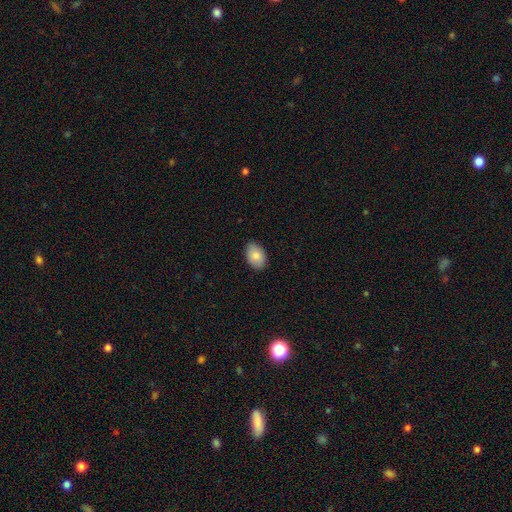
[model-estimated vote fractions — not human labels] smooth_or_featured: smooth (p=0.84) [alt: featured or disk p=0.09]
how_rounded: in between (p=0.88) [alt: round p=0.11]
merging: none (p=0.86) [alt: minor disturbance p=0.11]